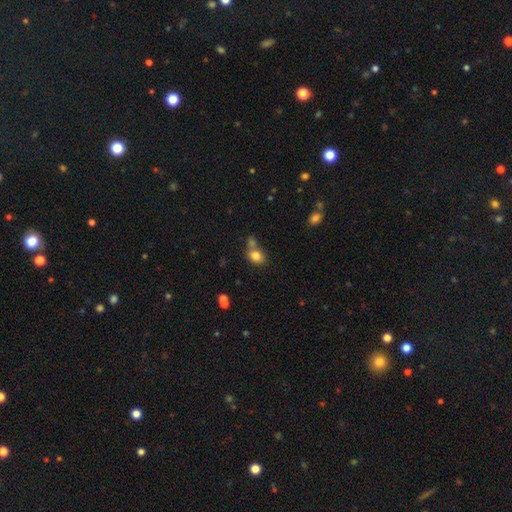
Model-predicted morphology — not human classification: Smooth or featured: smooth — 81% (star or artifact — 11%)
How rounded: in between — 54% (round — 44%)
Merging: none — 53% (merger — 29%)